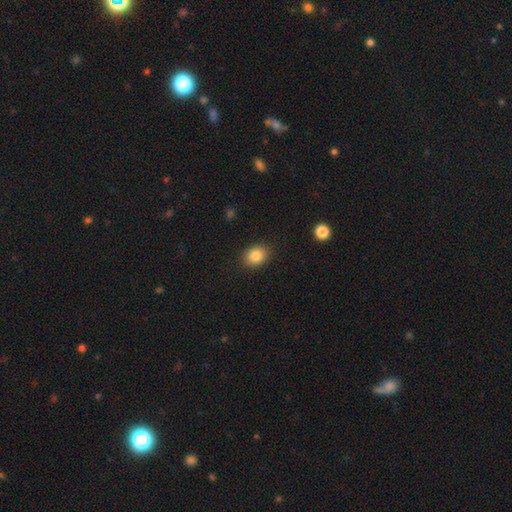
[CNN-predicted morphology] A smooth galaxy with no disk features (85%) that is in between round and cigar-shaped (55%).

Vote fractions:
- Smooth or featured? smooth: 85% / star or artifact: 9% / featured or disk: 6%
- How rounded? in between: 55% / round: 44% / cigar-shaped: 1%
- Merging? none: 88% / minor disturbance: 9% / major disturbance: 2% / merger: 1%